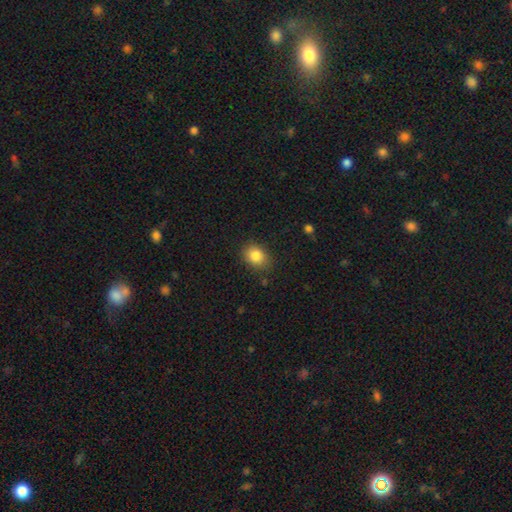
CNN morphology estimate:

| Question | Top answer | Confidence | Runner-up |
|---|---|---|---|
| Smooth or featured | smooth | 84% | star or artifact (10%) |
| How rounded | in between | 52% | round (47%) |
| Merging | none | 82% | minor disturbance (14%) |